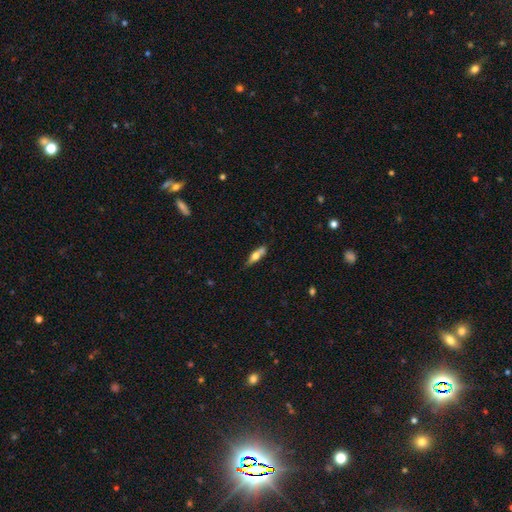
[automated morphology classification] Smooth or featured? Predicted: smooth (p=0.50). How rounded? Predicted: cigar-shaped (p=0.60). Merging? Predicted: none (p=0.65).